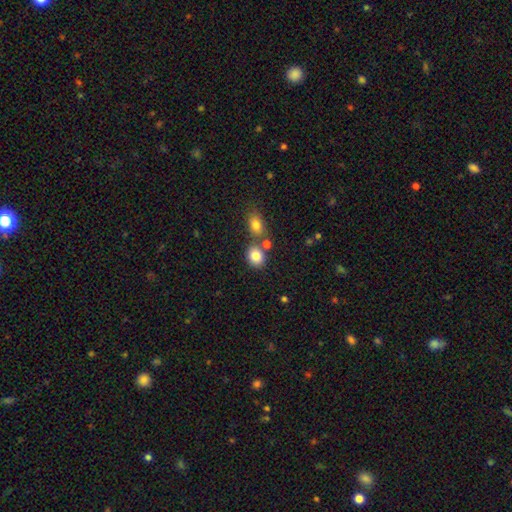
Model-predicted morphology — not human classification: smooth-or-featured: smooth: 83% | star or artifact: 10% | featured or disk: 7%
  how-rounded: round: 58% | in between: 41% | cigar-shaped: 1%
  merging: none: 59% | merger: 27% | minor disturbance: 10% | major disturbance: 4%